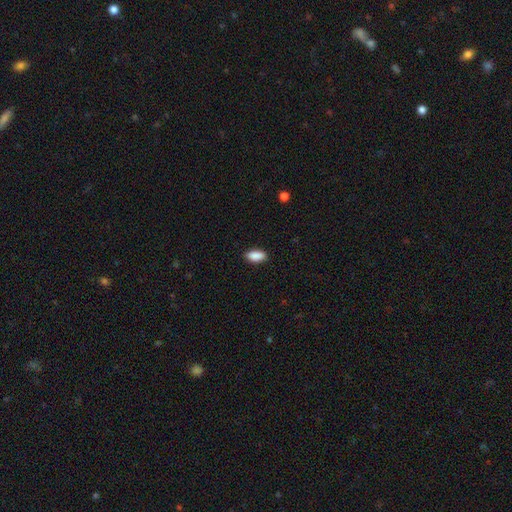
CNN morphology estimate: The model was most divided on "merging": none: 88%, minor disturbance: 9%, major disturbance: 2%, merger: 1%. More confident: smooth or featured — smooth (90%); how rounded — in between (89%).